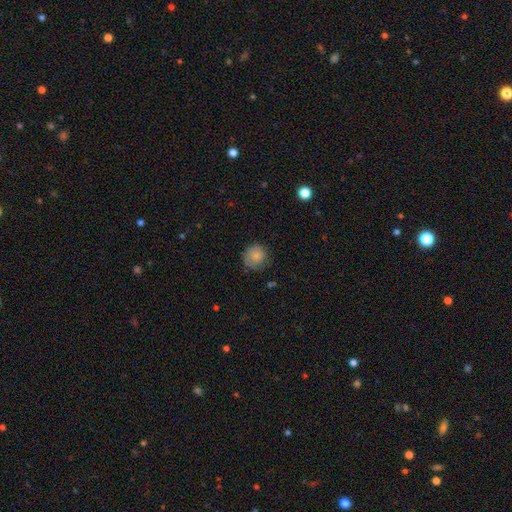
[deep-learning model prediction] Smooth or featured? Predicted: smooth (p=0.82). How rounded? Predicted: round (p=0.92). Merging? Predicted: none (p=0.74).